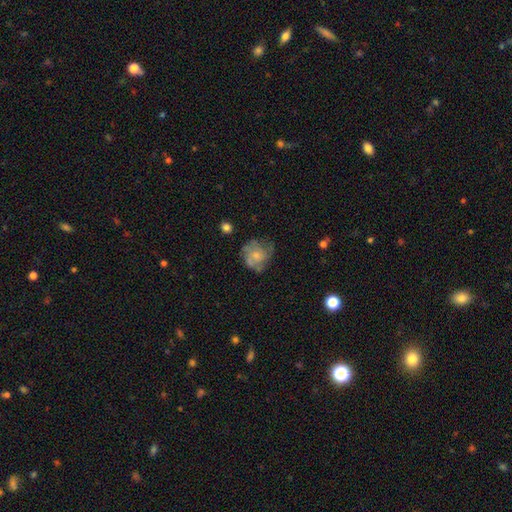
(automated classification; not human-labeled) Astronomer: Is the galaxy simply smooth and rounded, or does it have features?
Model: featured or disk — 51% (runner-up: smooth, 40%).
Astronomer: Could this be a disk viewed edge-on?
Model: no — 98%.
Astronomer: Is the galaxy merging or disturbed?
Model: none — 58%.